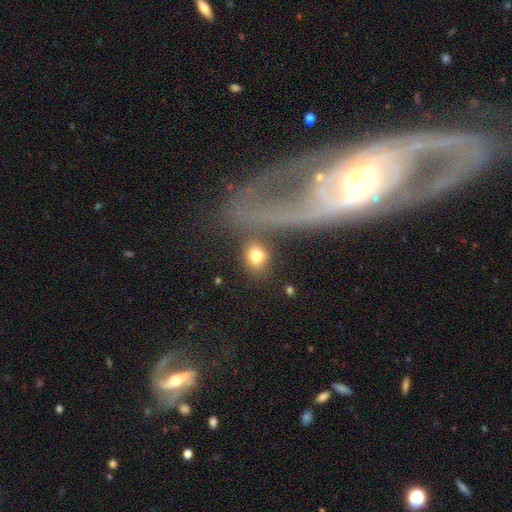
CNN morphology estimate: This is likely a smooth galaxy (75%). How rounded: likely in between (64%). Merging: likely none (64%).